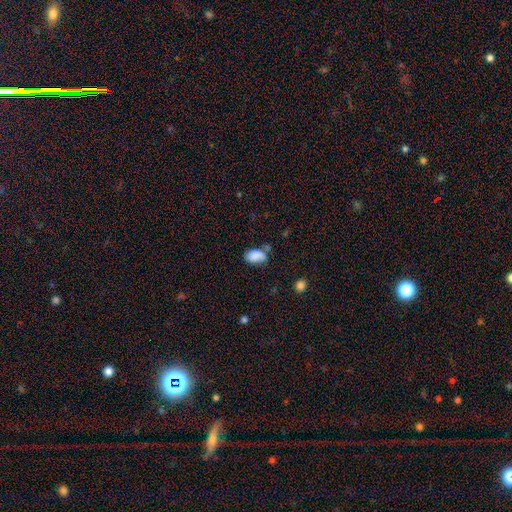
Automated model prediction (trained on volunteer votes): Overall: smooth (82%). How rounded: in between (91%). Merging: none (53%; minor disturbance 28%).